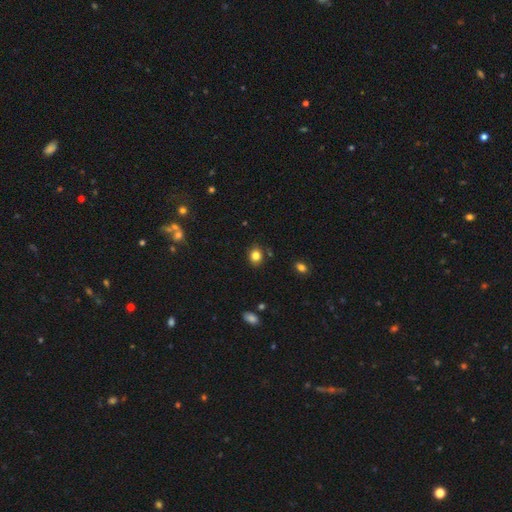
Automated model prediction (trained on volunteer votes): smooth_or_featured: smooth (p=0.82) [alt: star or artifact p=0.11]
how_rounded: round (p=0.58) [alt: in between p=0.41]
merging: none (p=0.83) [alt: minor disturbance p=0.12]